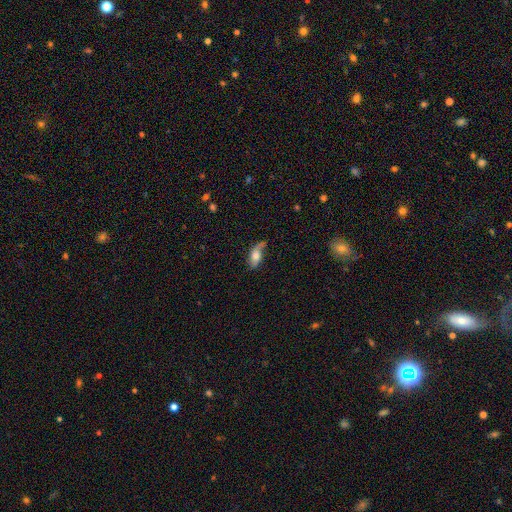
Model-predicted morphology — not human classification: Smooth or featured?
  - smooth: 56% *
  - featured or disk: 36%
  - star or artifact: 8%
How rounded?
  - in between: 83% *
  - cigar-shaped: 12%
  - round: 6%
Merging?
  - none: 48% *
  - minor disturbance: 32%
  - major disturbance: 15%
  - merger: 5%